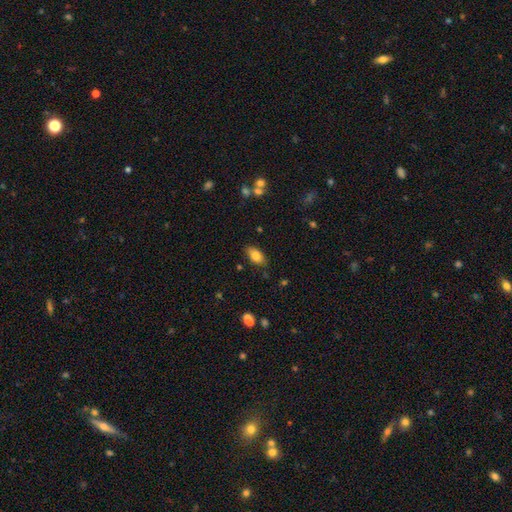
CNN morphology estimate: Smooth or featured: smooth — 82% (featured or disk — 9%)
How rounded: in between — 91% (round — 6%)
Merging: none — 81% (minor disturbance — 13%)